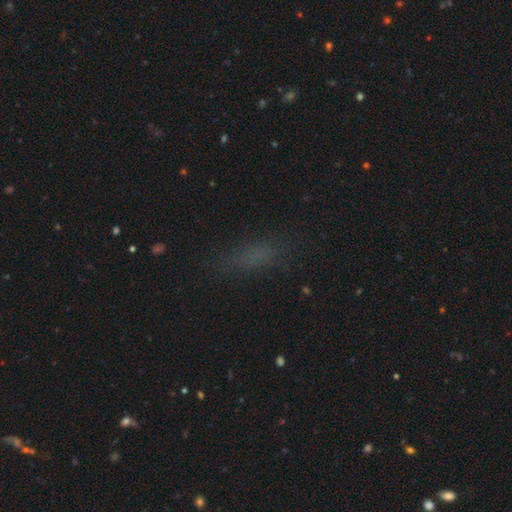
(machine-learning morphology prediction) Smooth or featured?
  - smooth: 61% *
  - star or artifact: 25%
  - featured or disk: 14%
How rounded?
  - in between: 51% *
  - cigar-shaped: 44%
  - round: 5%
Merging?
  - none: 75% *
  - minor disturbance: 15%
  - major disturbance: 7%
  - merger: 2%